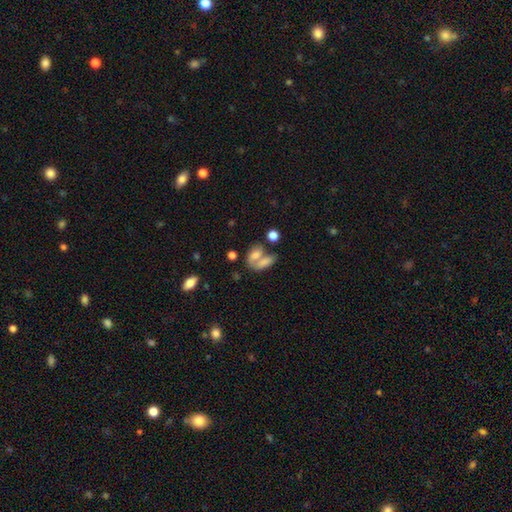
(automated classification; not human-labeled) A smooth galaxy with no disk features (71%) that is in between round and cigar-shaped (80%). Merging: merger (54%).